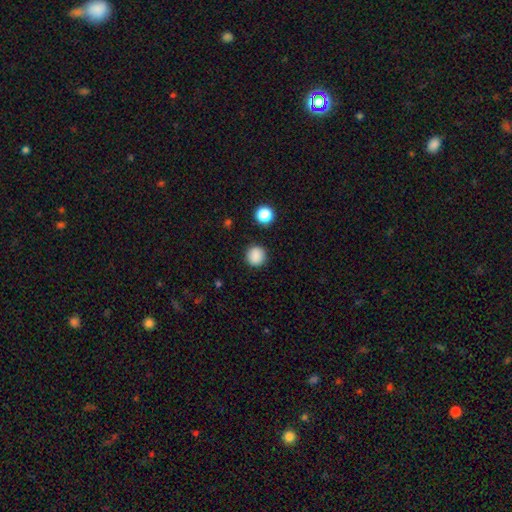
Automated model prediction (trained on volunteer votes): A smooth galaxy with no disk features (87%) that is round (92%). Merging: none (89%).